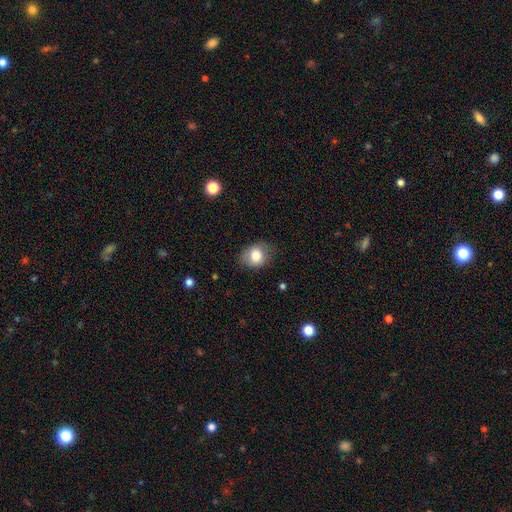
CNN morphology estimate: smooth_or_featured: smooth (p=0.79) [alt: featured or disk p=0.12]
how_rounded: in between (p=0.50) [alt: round p=0.49]
merging: none (p=0.75) [alt: minor disturbance p=0.19]